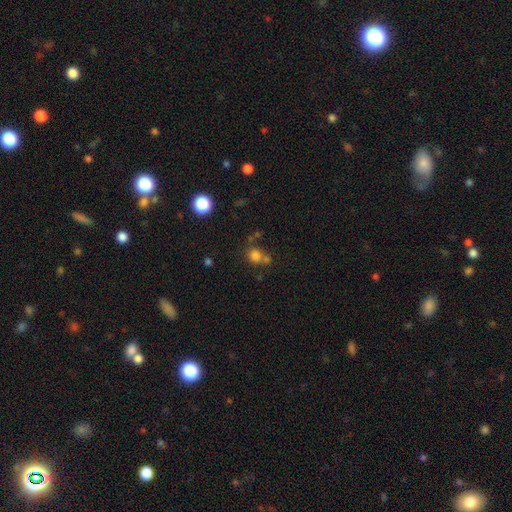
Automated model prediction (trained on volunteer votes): The model was most divided on "merging": none: 54%, merger: 30%, minor disturbance: 11%, major disturbance: 5%. More confident: how rounded — round (82%); smooth or featured — smooth (77%).